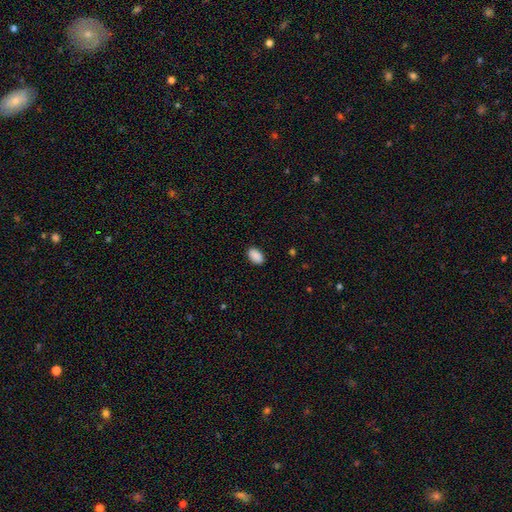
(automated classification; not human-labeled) This is clearly a smooth galaxy (90%). How rounded: clearly in between (92%). Merging: clearly none (88%).